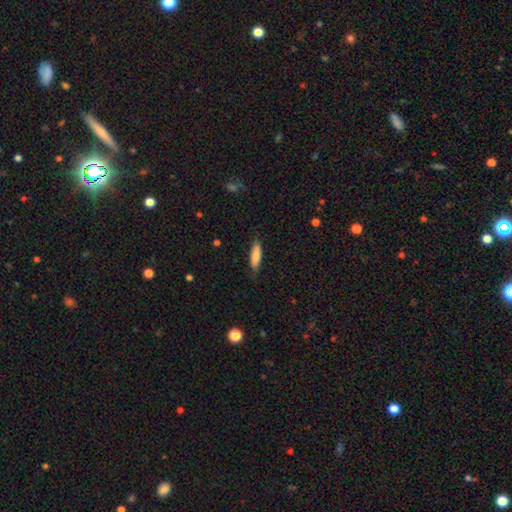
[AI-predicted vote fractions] Smooth or featured? Predicted: smooth (p=0.84). How rounded? Predicted: cigar-shaped (p=0.67). Merging? Predicted: none (p=0.81).